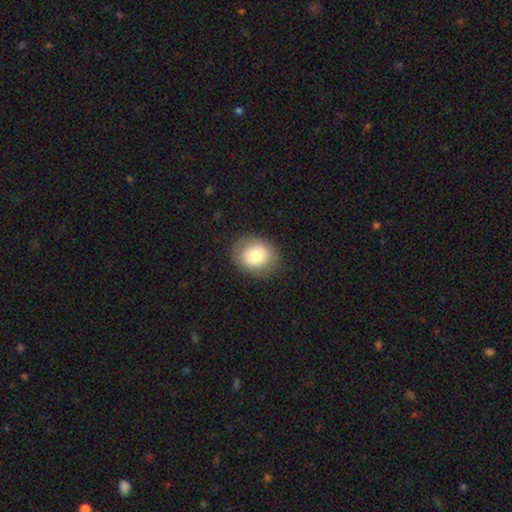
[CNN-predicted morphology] Smooth or featured? smooth (78%)
How rounded? round (67%)
Merging? none (86%)